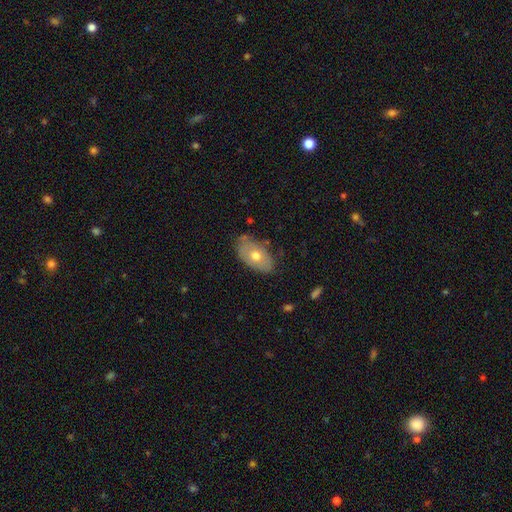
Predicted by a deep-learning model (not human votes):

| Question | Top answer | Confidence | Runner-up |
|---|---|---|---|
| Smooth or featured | smooth | 56% | featured or disk (37%) |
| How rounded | in between | 91% | round (7%) |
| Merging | none | 69% | minor disturbance (24%) |